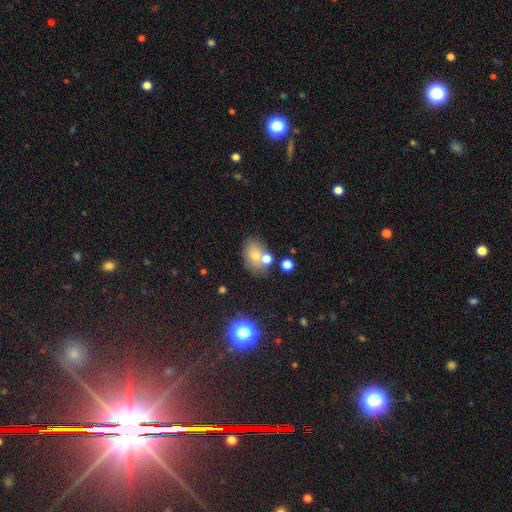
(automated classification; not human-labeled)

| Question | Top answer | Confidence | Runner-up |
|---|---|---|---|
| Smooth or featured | smooth | 67% | featured or disk (20%) |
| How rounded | in between | 68% | round (31%) |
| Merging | none | 54% | merger (27%) |